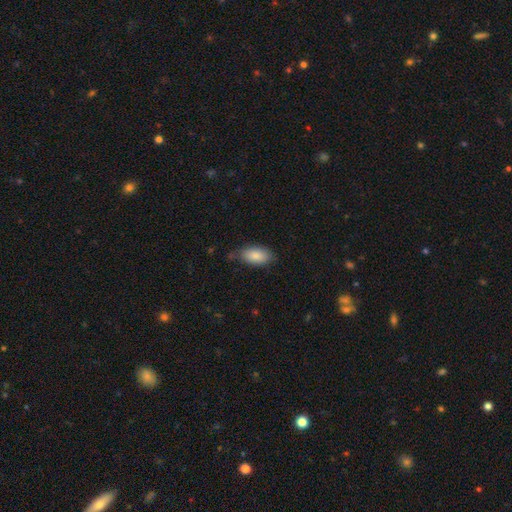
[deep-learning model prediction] Overall: smooth (85%). How rounded: in between (93%). Merging: none (68%).